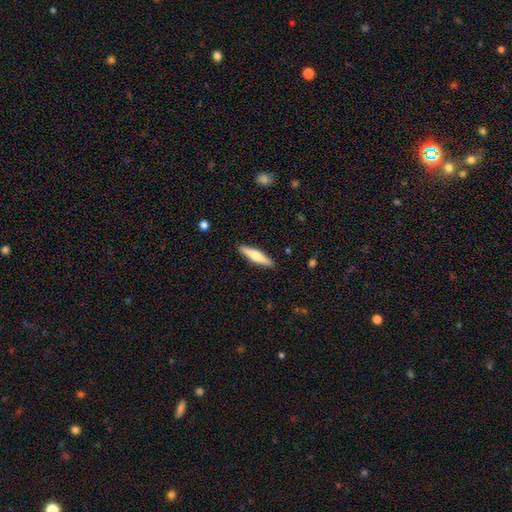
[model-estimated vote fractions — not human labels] Q: Smooth or featured?
A: smooth (52%); runner-up: featured or disk (43%)
Q: How rounded?
A: cigar-shaped (85%); runner-up: in between (14%)
Q: Merging?
A: none (91%); runner-up: minor disturbance (7%)